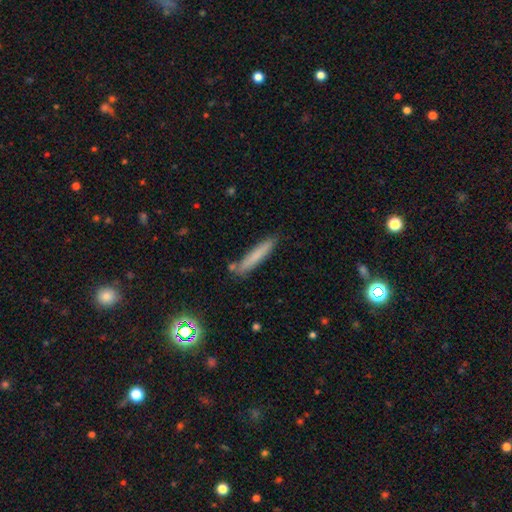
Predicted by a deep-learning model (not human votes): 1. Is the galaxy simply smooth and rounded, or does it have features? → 74% smooth, 18% featured or disk, 9% star or artifact.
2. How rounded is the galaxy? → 92% cigar-shaped, 6% in between, 1% round.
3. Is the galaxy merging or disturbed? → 81% none, 13% minor disturbance, 4% merger, 3% major disturbance.